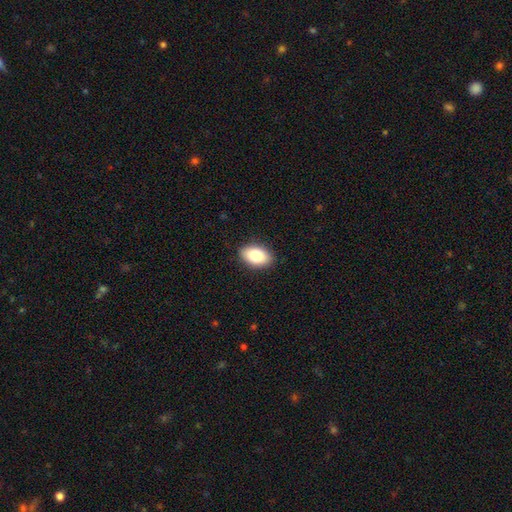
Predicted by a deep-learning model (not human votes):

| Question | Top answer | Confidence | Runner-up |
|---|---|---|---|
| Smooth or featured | smooth | 84% | featured or disk (9%) |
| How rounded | in between | 92% | round (7%) |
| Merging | none | 89% | minor disturbance (8%) |